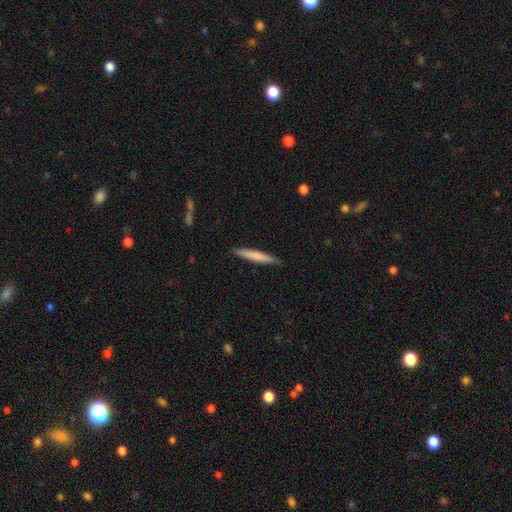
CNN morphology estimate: This appears to be a smooth galaxy with no disk features (74%) that is cigar-shaped (94%). Merging: none (86%).